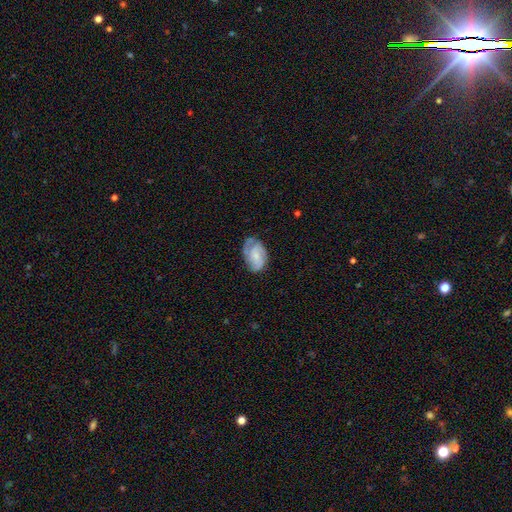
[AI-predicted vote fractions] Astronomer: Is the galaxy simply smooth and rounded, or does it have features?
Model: featured or disk — 68%.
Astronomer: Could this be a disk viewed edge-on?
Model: no — 97%.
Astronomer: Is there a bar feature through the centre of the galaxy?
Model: no — 63%.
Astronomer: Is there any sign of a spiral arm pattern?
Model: yes — 93%.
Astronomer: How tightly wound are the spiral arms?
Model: medium — 42%, tied with tight at 42%.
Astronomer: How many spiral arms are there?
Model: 2 — 41% (runner-up: 3, 27%).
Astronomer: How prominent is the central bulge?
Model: small — 53%.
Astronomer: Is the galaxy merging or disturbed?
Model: none — 61%.